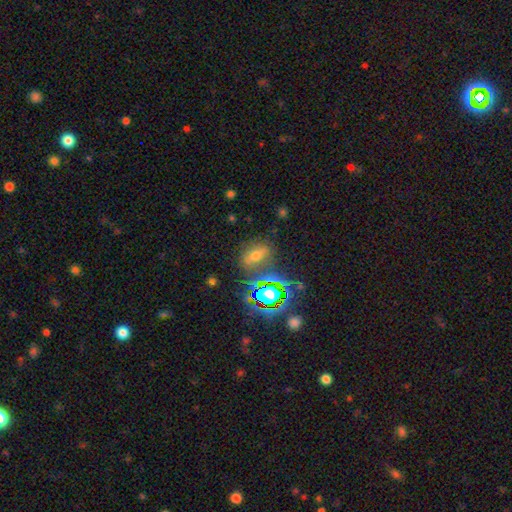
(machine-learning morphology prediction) smooth 47%, star or artifact 35%, featured or disk 18%. Down the decision tree: merging — none (69%).